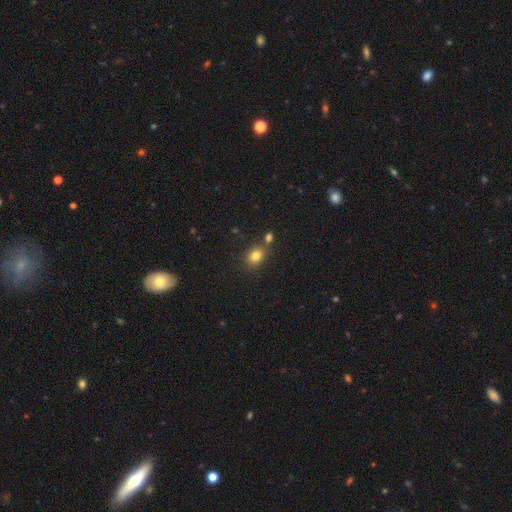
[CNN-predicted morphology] type=smooth (81%); roundness=in between (66%); merging=none (64%).